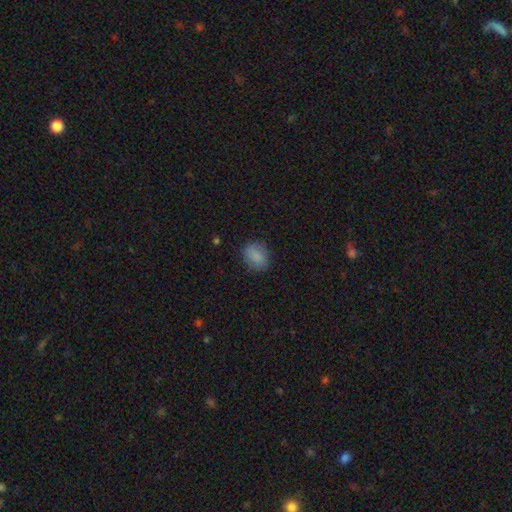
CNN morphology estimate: A smooth galaxy with no disk features (85%) that is in between round and cigar-shaped (70%).

Vote fractions:
- Smooth or featured? smooth: 85% / star or artifact: 9% / featured or disk: 6%
- How rounded? in between: 70% / round: 28% / cigar-shaped: 2%
- Merging? none: 81% / minor disturbance: 14% / major disturbance: 4% / merger: 1%